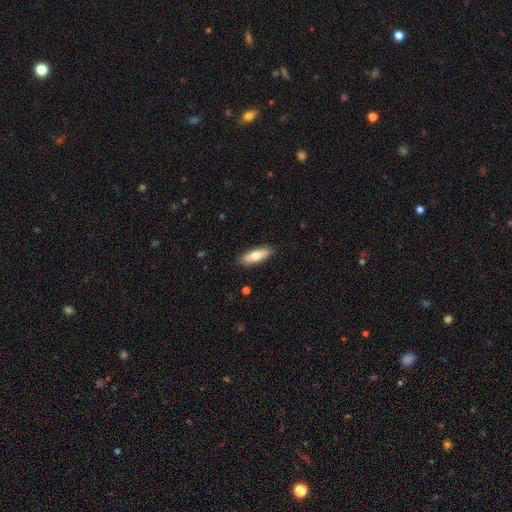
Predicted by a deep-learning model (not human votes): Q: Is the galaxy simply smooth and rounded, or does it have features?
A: smooth — 73%.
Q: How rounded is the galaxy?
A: in between — 63%.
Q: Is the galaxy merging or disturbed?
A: none — 88%.